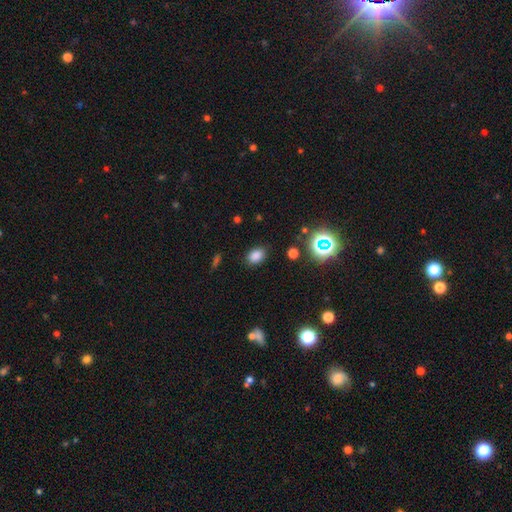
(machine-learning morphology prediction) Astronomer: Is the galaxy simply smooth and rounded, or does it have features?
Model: smooth — 80%.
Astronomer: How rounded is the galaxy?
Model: in between — 71%.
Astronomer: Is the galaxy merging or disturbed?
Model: none — 85%.